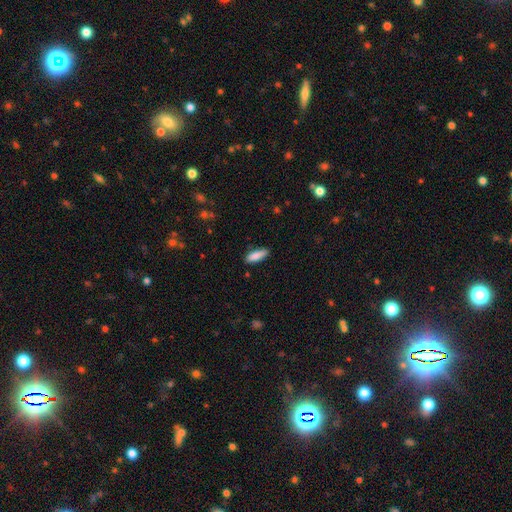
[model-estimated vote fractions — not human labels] This appears to be a smooth galaxy with no disk features (86%) that is in between round and cigar-shaped (58%). Merging: none (84%).